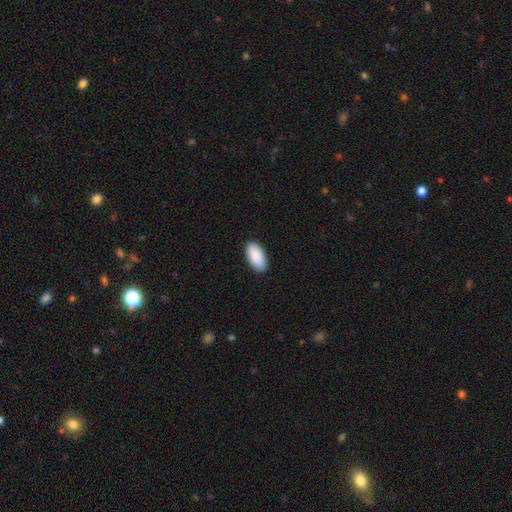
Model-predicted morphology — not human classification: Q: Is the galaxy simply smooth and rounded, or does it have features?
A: smooth — 90%.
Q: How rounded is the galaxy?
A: in between — 96%.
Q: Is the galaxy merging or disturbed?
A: none — 90%.